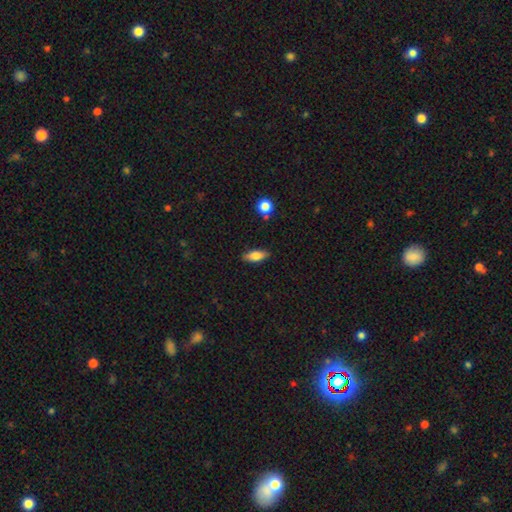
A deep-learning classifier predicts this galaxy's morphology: smooth_or_featured: smooth (p=0.76) [alt: featured or disk p=0.16]
how_rounded: in between (p=0.76) [alt: cigar-shaped p=0.21]
merging: none (p=0.85) [alt: minor disturbance p=0.11]